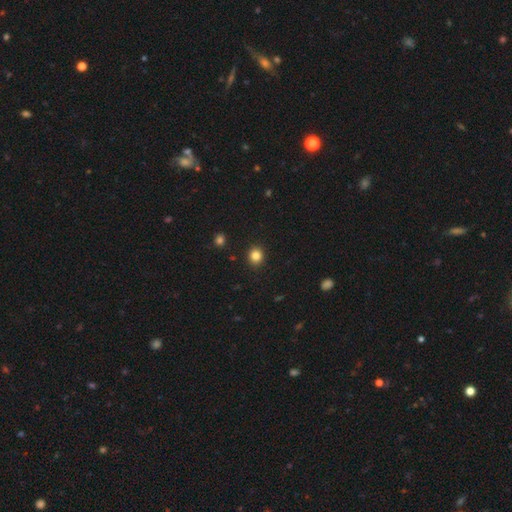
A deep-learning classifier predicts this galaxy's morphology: The model was most divided on "how rounded": round: 81%, in between: 18%, cigar-shaped: 1%. More confident: merging — none (91%); smooth or featured — smooth (84%).